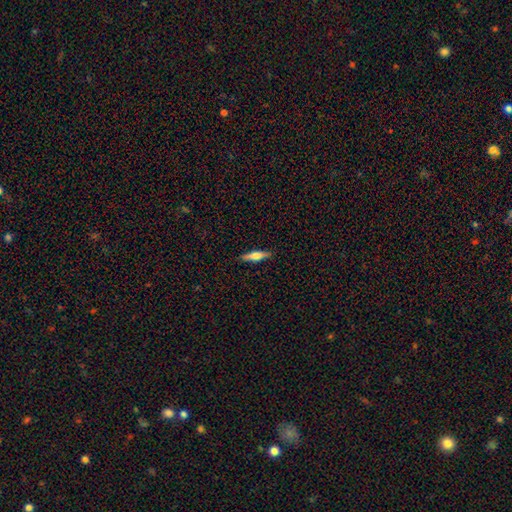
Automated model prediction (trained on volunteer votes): The model was most divided on "smooth or featured": smooth: 53%, featured or disk: 41%, star or artifact: 6%. More confident: merging — none (89%); how rounded — cigar-shaped (75%).